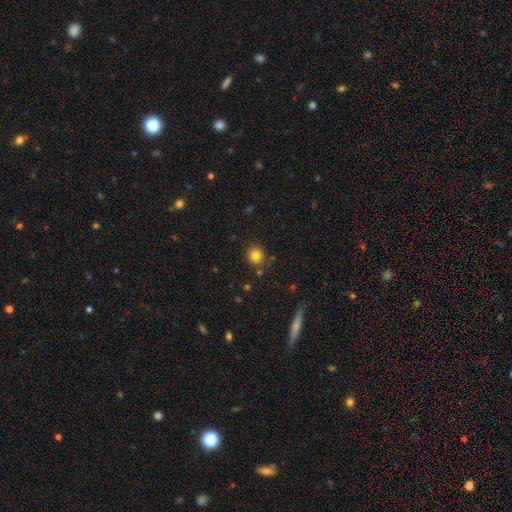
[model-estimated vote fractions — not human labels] Q: Smooth or featured?
A: smooth (82%); runner-up: star or artifact (12%)
Q: How rounded?
A: round (83%); runner-up: in between (15%)
Q: Merging?
A: none (83%); runner-up: minor disturbance (10%)